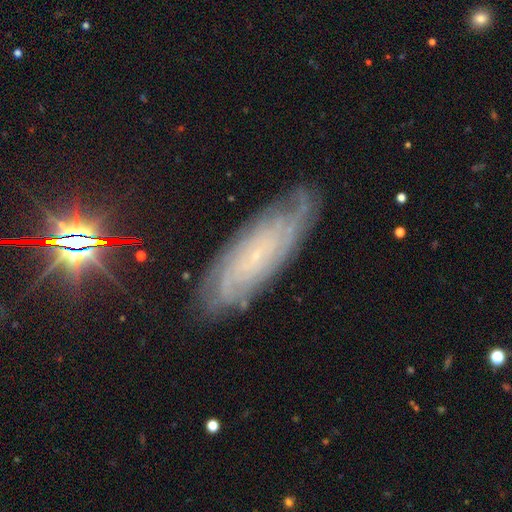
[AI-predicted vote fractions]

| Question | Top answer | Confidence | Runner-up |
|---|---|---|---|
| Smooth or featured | featured or disk | 72% | smooth (16%) |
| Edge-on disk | no | 84% | yes (16%) |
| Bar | no | 73% | weak (21%) |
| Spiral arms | yes | 94% | no (6%) |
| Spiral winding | tight | 73% | medium (21%) |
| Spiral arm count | can't tell | 54% | 2 (11%) |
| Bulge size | small | 84% | none (8%) |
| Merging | none | 78% | minor disturbance (16%) |